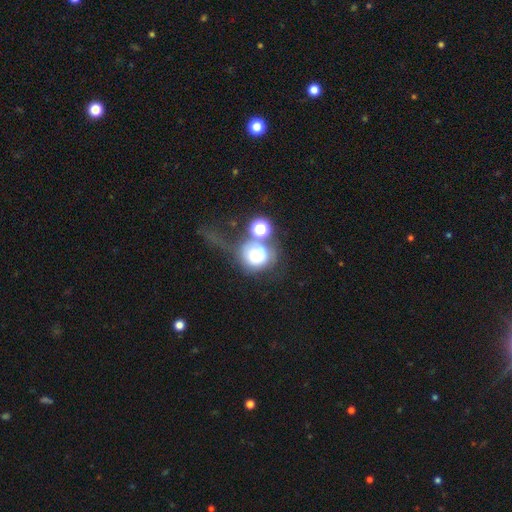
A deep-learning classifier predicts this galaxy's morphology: This is possibly a smooth galaxy (60%). How rounded: clearly round (83%). Merging: marginally merger (32%).